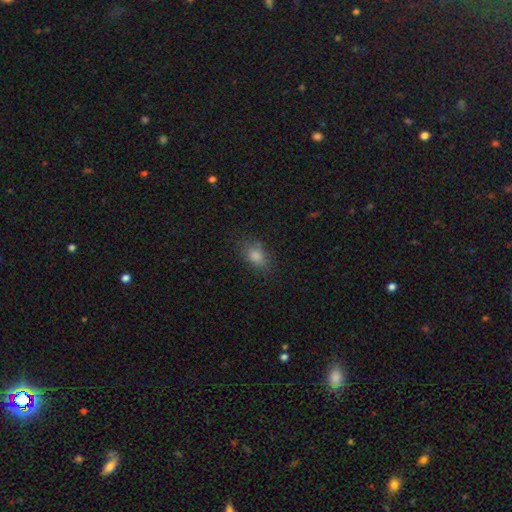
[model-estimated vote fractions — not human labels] A smooth galaxy with no disk features (79%) that is in between round and cigar-shaped (77%).

Vote fractions:
- Smooth or featured? smooth: 79% / star or artifact: 13% / featured or disk: 8%
- How rounded? in between: 77% / round: 20% / cigar-shaped: 3%
- Merging? none: 80% / minor disturbance: 15% / major disturbance: 4% / merger: 2%